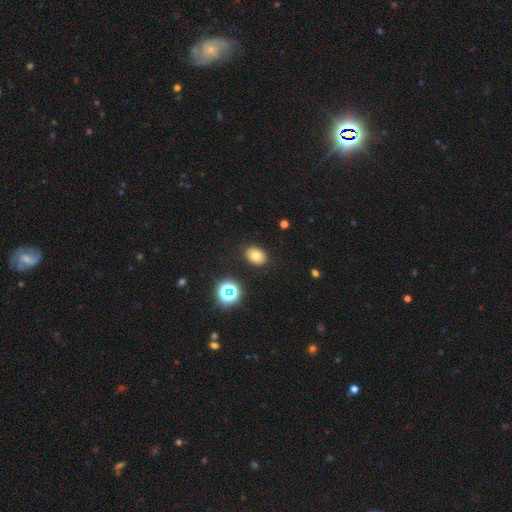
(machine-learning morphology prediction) Overall: smooth (72%). How rounded: in between (71%). Merging: none (88%).